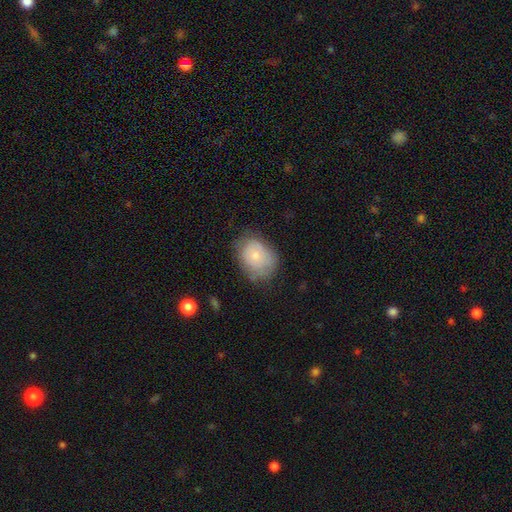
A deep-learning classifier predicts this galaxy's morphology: The model was most divided on "how rounded": in between: 59%, round: 40%, cigar-shaped: 1%. More confident: smooth or featured — smooth (66%); merging — none (59%).